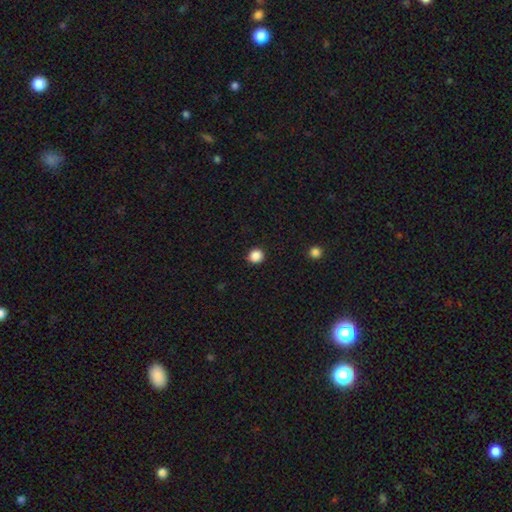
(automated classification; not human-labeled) Smooth or featured?
  - smooth: 87% *
  - star or artifact: 11%
  - featured or disk: 3%
How rounded?
  - round: 91% *
  - in between: 8%
  - cigar-shaped: 1%
Merging?
  - none: 89% *
  - minor disturbance: 8%
  - major disturbance: 2%
  - merger: 1%